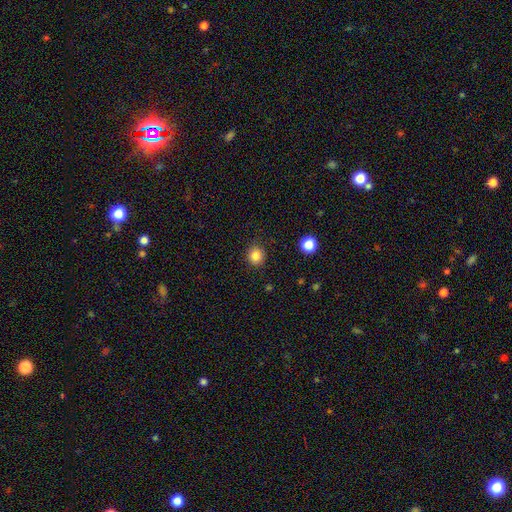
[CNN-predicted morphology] Smooth or featured?
  - smooth: 83% *
  - star or artifact: 12%
  - featured or disk: 5%
How rounded?
  - round: 87% *
  - in between: 12%
  - cigar-shaped: 1%
Merging?
  - none: 89% *
  - minor disturbance: 8%
  - major disturbance: 2%
  - merger: 1%